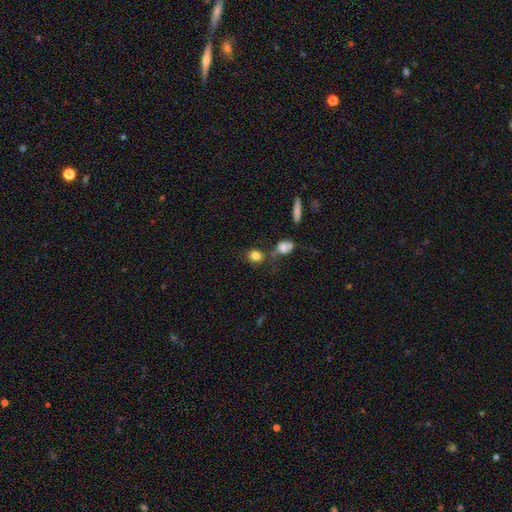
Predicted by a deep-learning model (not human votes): This is clearly a smooth galaxy (82%). How rounded: likely round (71%). Merging: likely none (66%).